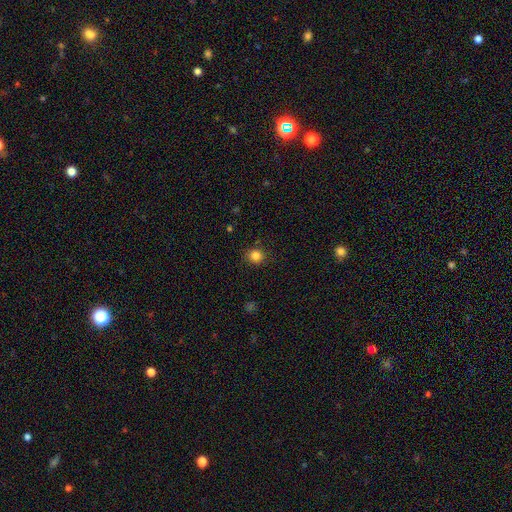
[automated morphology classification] This is clearly a smooth galaxy (84%). How rounded: clearly round (84%). Merging: clearly none (87%).